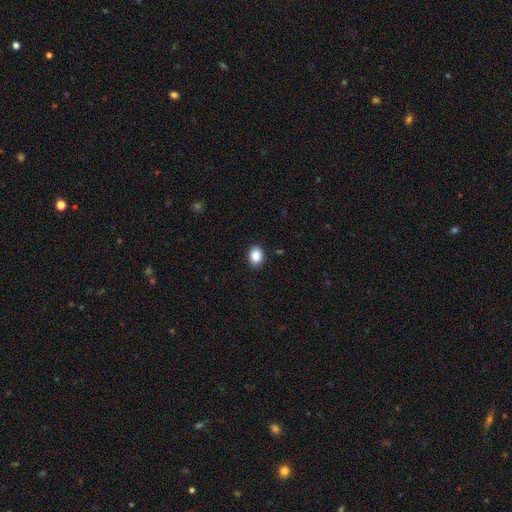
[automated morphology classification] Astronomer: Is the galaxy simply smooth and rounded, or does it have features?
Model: smooth — 88%.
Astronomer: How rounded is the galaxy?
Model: in between — 61% (runner-up: round, 38%).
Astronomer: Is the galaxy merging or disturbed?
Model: none — 90%.